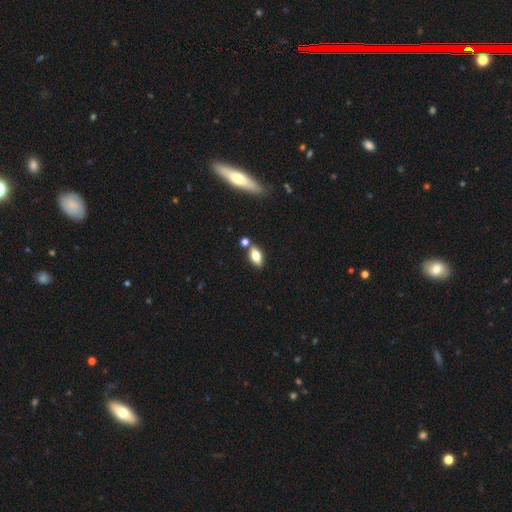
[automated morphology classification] Overall: smooth (72%). How rounded: in between (85%). Merging: none (73%).